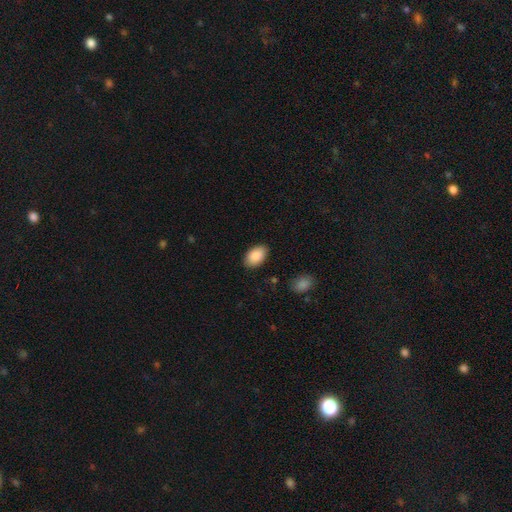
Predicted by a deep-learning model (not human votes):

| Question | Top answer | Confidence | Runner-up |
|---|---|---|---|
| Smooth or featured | smooth | 89% | star or artifact (6%) |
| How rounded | in between | 91% | round (7%) |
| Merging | none | 86% | minor disturbance (10%) |